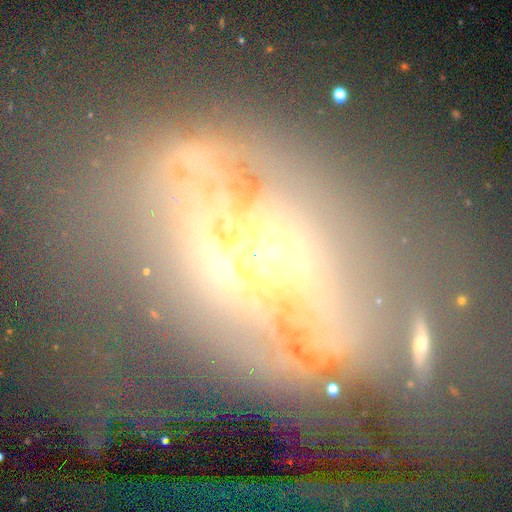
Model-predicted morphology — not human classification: This is likely a featured or disk galaxy (69%). It is clearly not viewed edge-on (89%). Bar: possibly no (49%). Spiral arm pattern: possibly no (51%). Central bulge: possibly moderate (49%). Merging: marginally none (42%).